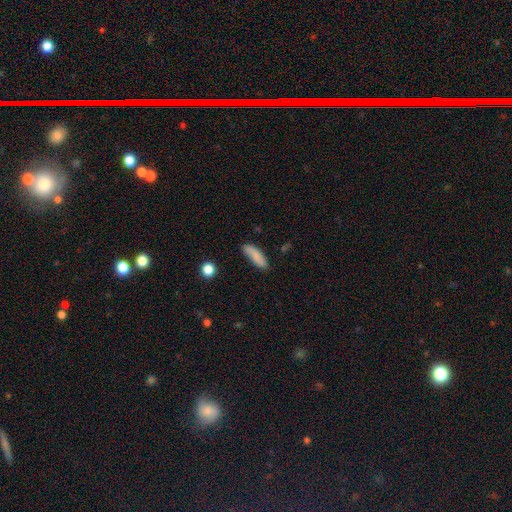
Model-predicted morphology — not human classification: Smooth or featured? Predicted: smooth (p=0.81). How rounded? Predicted: in between (p=0.56). Merging? Predicted: none (p=0.76).